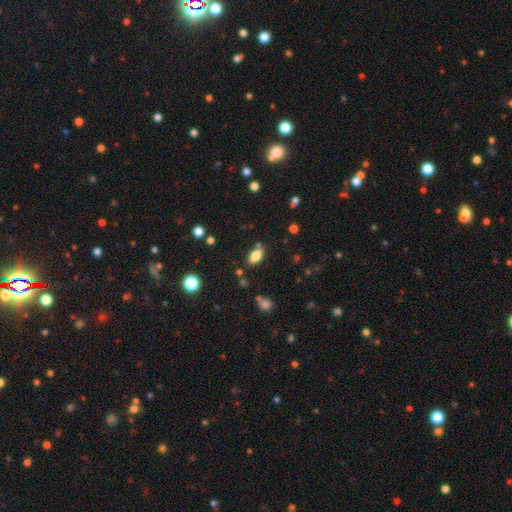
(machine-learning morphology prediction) A smooth galaxy with no disk features (82%) that is in between round and cigar-shaped (90%).

Vote fractions:
- Smooth or featured? smooth: 82% / star or artifact: 9% / featured or disk: 9%
- How rounded? in between: 90% / round: 6% / cigar-shaped: 5%
- Merging? none: 75% / minor disturbance: 15% / merger: 7% / major disturbance: 4%